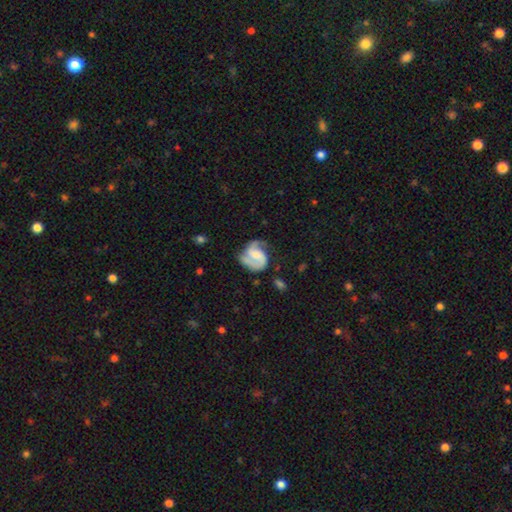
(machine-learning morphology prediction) A featured or disk galaxy (80%) with no bar (43%), 2 (79%) medium (50%) spiral arms (95%) and a small central bulge (43%).

Vote fractions:
- Smooth or featured? featured or disk: 80% / smooth: 14% / star or artifact: 5%
- Edge-on disk? no: 98% / yes: 2%
- Bar? no: 43% / weak: 42% / strong: 15%
- Spiral arms? yes: 95% / no: 5%
- Spiral winding? medium: 50% / tight: 27% / loose: 23%
- Spiral arm count? 2: 79% / 1: 7% / 3: 6% / can't tell: 6% / 4: 1% / more than 4: 1%
- Bulge size? small: 43% / moderate: 38% / none: 13% / large: 5% / dominant: 1%
- Merging? none: 56% / minor disturbance: 25% / major disturbance: 16% / merger: 3%